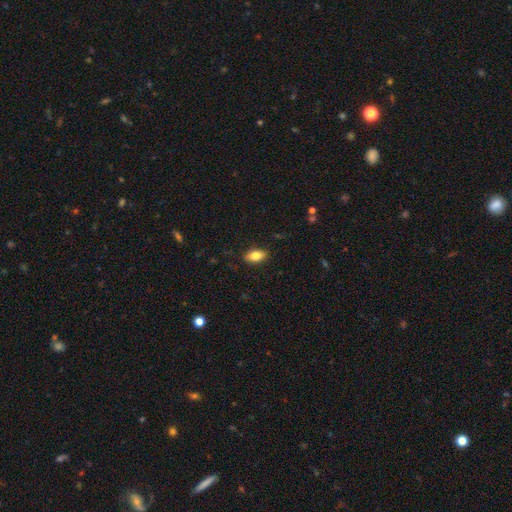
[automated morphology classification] Overall: smooth (79%). How rounded: in between (88%). Merging: none (87%).